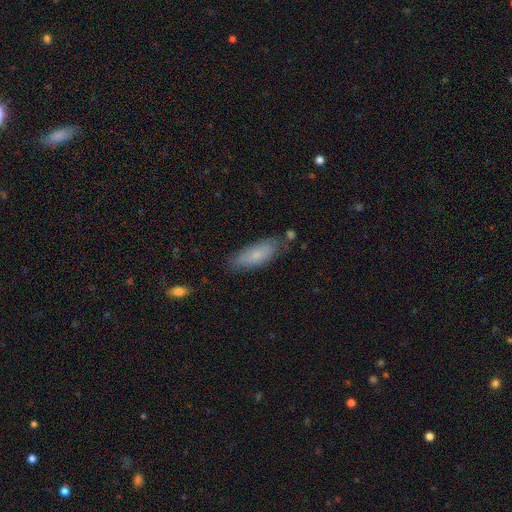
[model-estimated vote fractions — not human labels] Smooth or featured?
  - smooth: 74% *
  - featured or disk: 19%
  - star or artifact: 7%
How rounded?
  - in between: 68% *
  - cigar-shaped: 30%
  - round: 2%
Merging?
  - none: 70% *
  - minor disturbance: 21%
  - major disturbance: 4%
  - merger: 4%